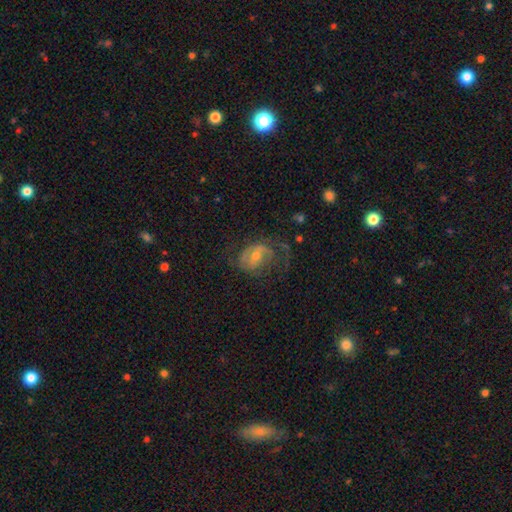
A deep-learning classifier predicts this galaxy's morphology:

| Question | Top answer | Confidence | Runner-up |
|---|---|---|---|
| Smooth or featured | featured or disk | 73% | smooth (20%) |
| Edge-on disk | no | 97% | yes (3%) |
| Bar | weak | 45% | no (39%) |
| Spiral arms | yes | 84% | no (16%) |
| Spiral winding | medium | 44% | loose (34%) |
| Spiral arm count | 2 | 54% | 1 (23%) |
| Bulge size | moderate | 48% | small (46%) |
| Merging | none | 45% | major disturbance (33%) |